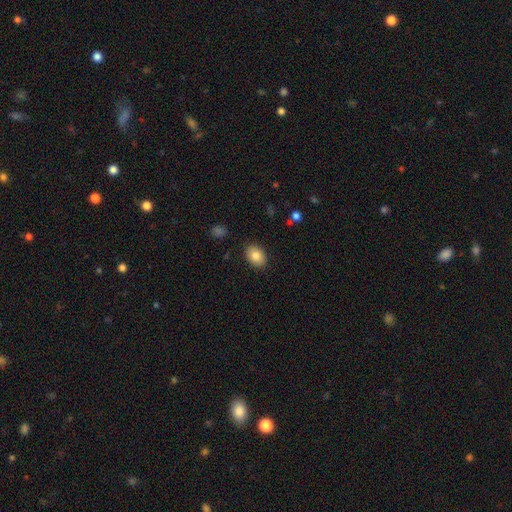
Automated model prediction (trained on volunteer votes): A smooth galaxy with no disk features (83%) that is in between round and cigar-shaped (78%).

Vote fractions:
- Smooth or featured? smooth: 83% / featured or disk: 9% / star or artifact: 8%
- How rounded? in between: 78% / round: 21% / cigar-shaped: 1%
- Merging? none: 88% / minor disturbance: 9% / major disturbance: 2% / merger: 1%